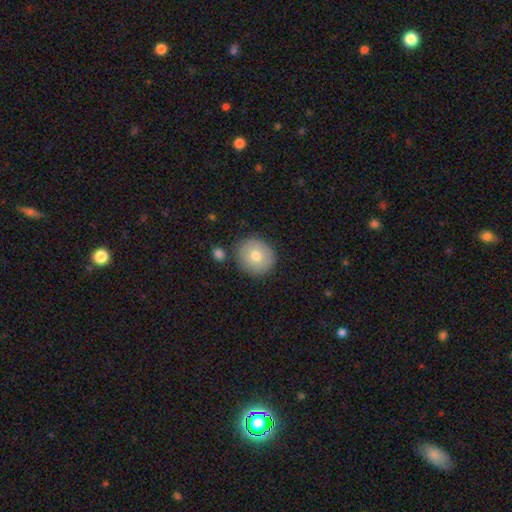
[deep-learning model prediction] This is likely a smooth galaxy (74%). How rounded: clearly round (88%). Merging: clearly none (83%).